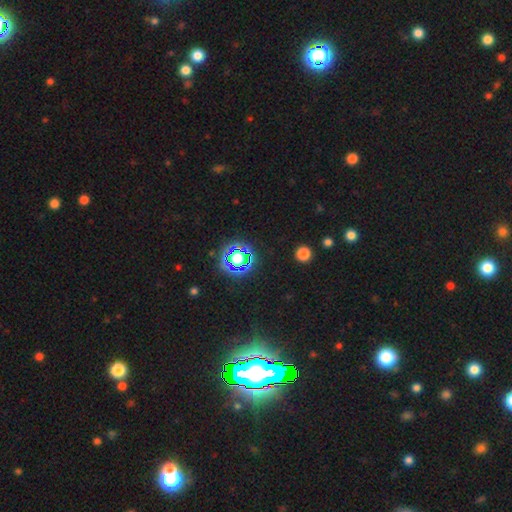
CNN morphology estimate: A star or artifact, not a galaxy (80%).

Vote fractions:
- Smooth or featured? star or artifact: 80% / smooth: 12% / featured or disk: 8%